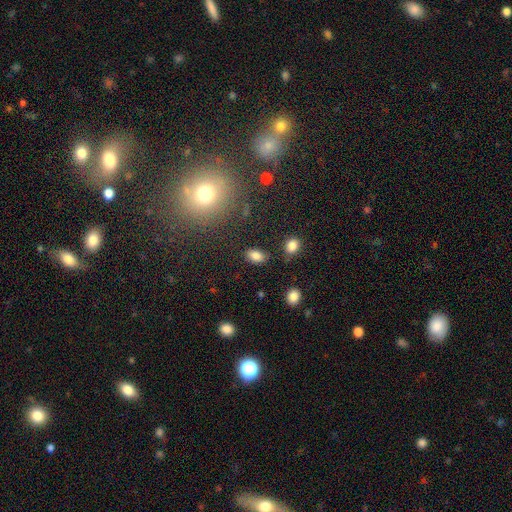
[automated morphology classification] Overall: smooth (84%). How rounded: in between (89%). Merging: none (81%).